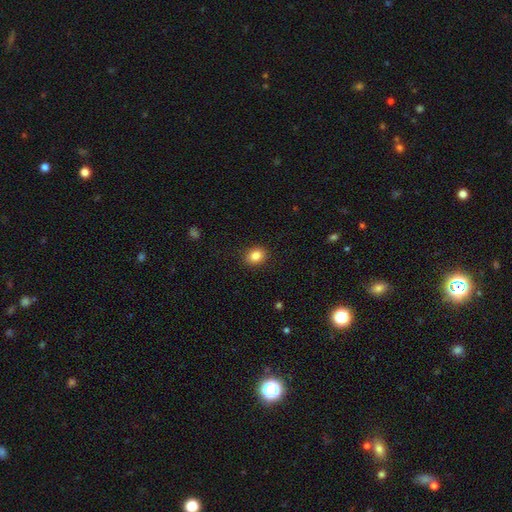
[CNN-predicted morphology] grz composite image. It shows a smooth galaxy with no disk features (85%) that is in between round and cigar-shaped (57%). Merging: none (89%).